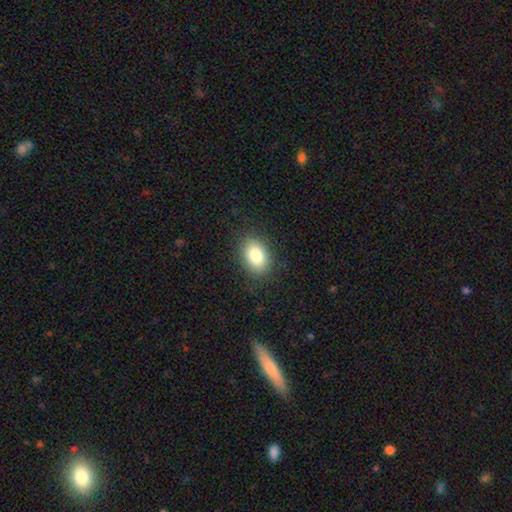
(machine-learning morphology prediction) smooth 82%, featured or disk 9%, star or artifact 9%. Down the decision tree: how rounded — in between (81%); merging — none (86%).